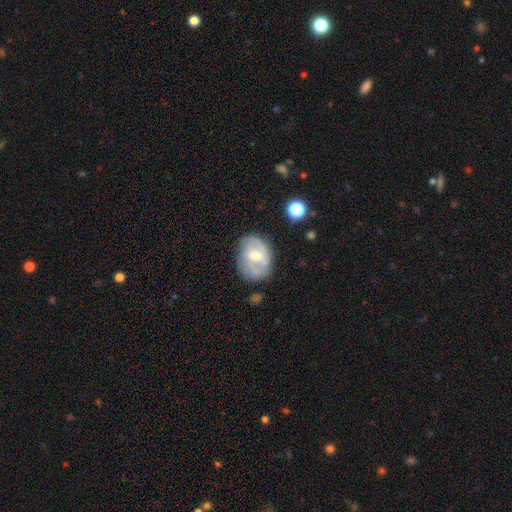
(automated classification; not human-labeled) This is likely a featured or disk galaxy (61%). It is clearly not viewed edge-on (96%). Bar: marginally weak (44%). Spiral arm pattern: likely yes (68%). Central bulge: possibly moderate (59%). Merging: likely none (64%).